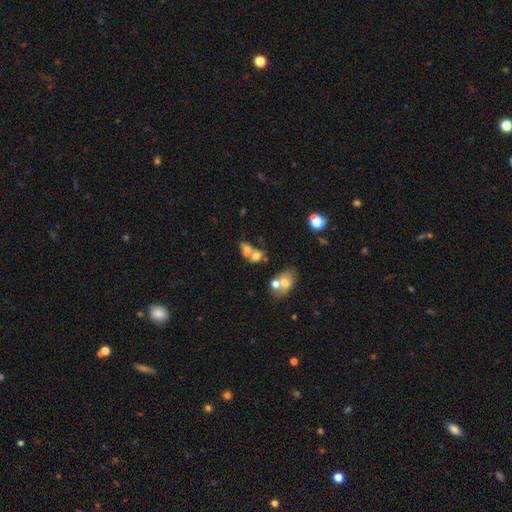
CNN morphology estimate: Overall: smooth (61%; featured or disk 24%). How rounded: in between (61%; round 36%). Merging: merger (60%; none 24%).